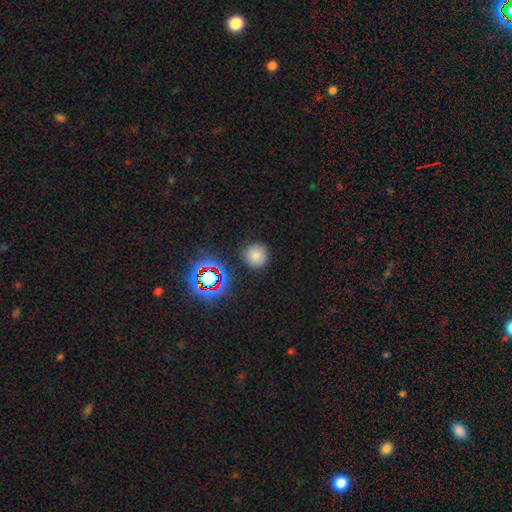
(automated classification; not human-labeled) Smooth or featured?
  - smooth: 75% *
  - star or artifact: 19%
  - featured or disk: 7%
How rounded?
  - round: 94% *
  - in between: 5%
  - cigar-shaped: 1%
Merging?
  - none: 87% *
  - minor disturbance: 8%
  - major disturbance: 3%
  - merger: 2%